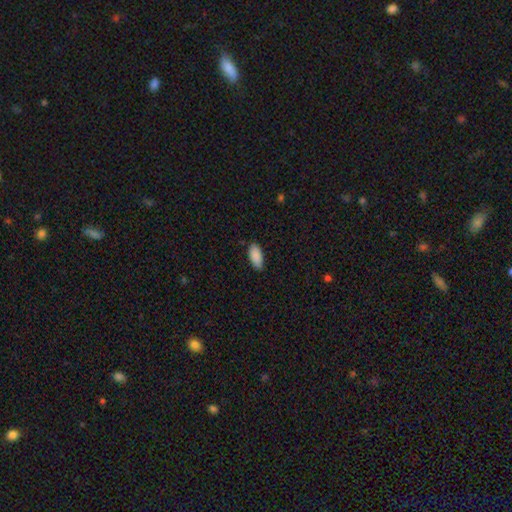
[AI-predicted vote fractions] Q: Smooth or featured?
A: smooth (90%); runner-up: star or artifact (6%)
Q: How rounded?
A: in between (89%); runner-up: cigar-shaped (10%)
Q: Merging?
A: none (80%); runner-up: minor disturbance (16%)